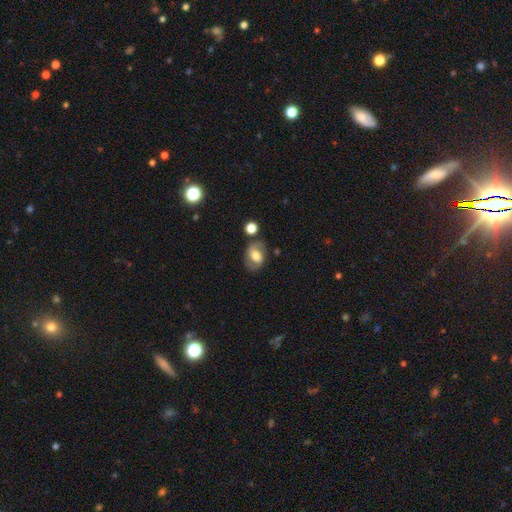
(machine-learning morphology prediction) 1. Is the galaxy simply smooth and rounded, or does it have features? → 46% smooth, 45% featured or disk, 8% star or artifact.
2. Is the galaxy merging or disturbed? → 69% none, 18% minor disturbance, 7% major disturbance, 6% merger.